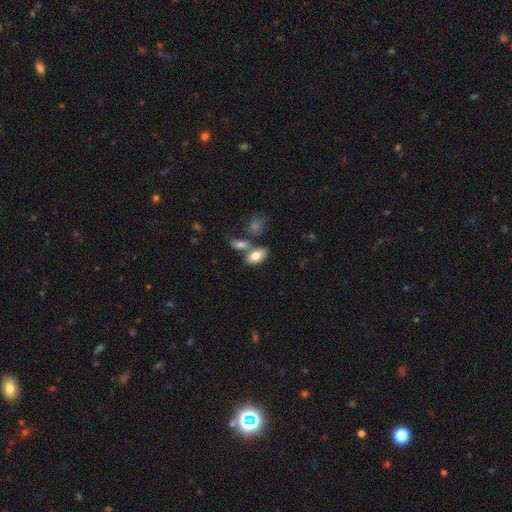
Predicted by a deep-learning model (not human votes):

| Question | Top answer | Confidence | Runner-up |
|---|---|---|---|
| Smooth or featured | smooth | 79% | featured or disk (14%) |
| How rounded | in between | 92% | round (5%) |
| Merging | none | 55% | merger (29%) |